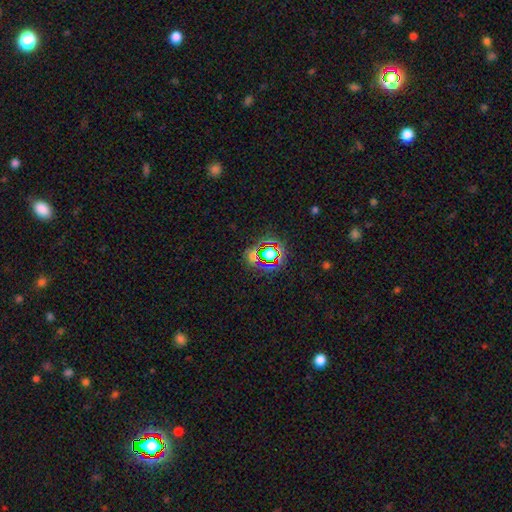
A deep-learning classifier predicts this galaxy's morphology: The model was most divided on "smooth or featured": star or artifact: 72%, smooth: 18%, featured or disk: 10%.